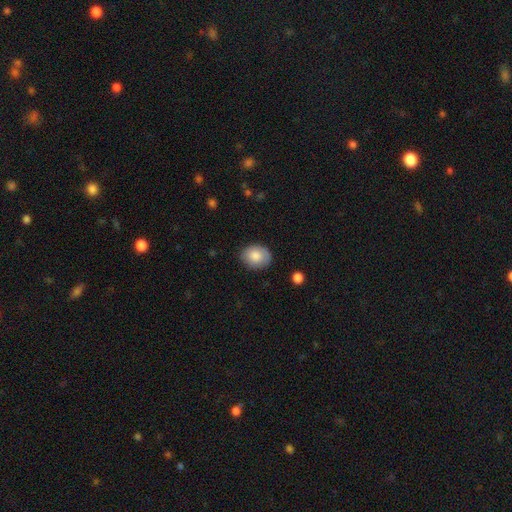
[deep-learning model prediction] A smooth galaxy with no disk features (82%) that is in between round and cigar-shaped (54%).

Vote fractions:
- Smooth or featured? smooth: 82% / featured or disk: 11% / star or artifact: 7%
- How rounded? in between: 54% / round: 45% / cigar-shaped: 1%
- Merging? none: 81% / minor disturbance: 15% / major disturbance: 3% / merger: 1%